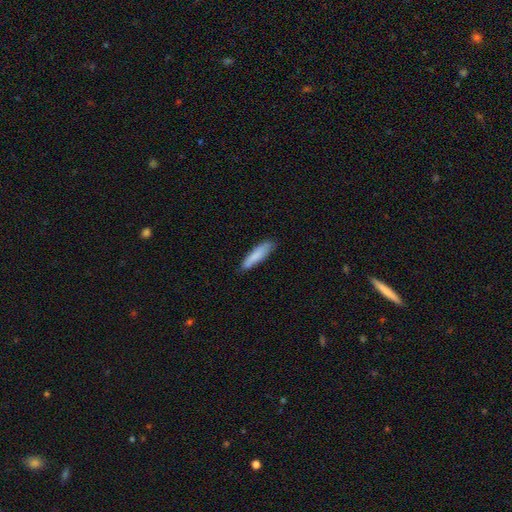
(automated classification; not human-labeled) The model was most divided on "how rounded": cigar-shaped: 75%, in between: 23%, round: 1%. More confident: smooth or featured — smooth (82%); merging — none (78%).